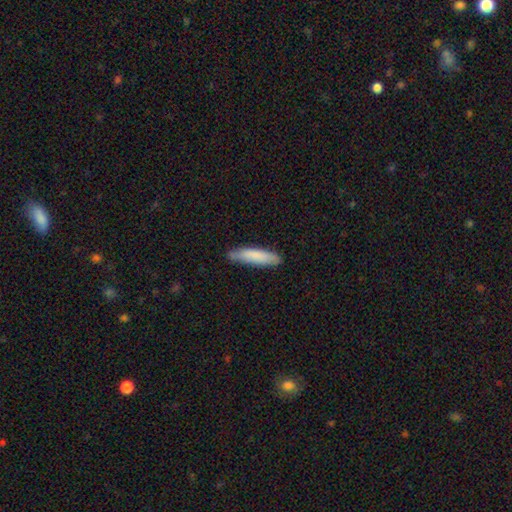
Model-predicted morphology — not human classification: smooth-or-featured: smooth: 82% | featured or disk: 13% | star or artifact: 5%
  how-rounded: cigar-shaped: 81% | in between: 17% | round: 1%
  merging: none: 81% | minor disturbance: 15% | major disturbance: 2% | merger: 1%